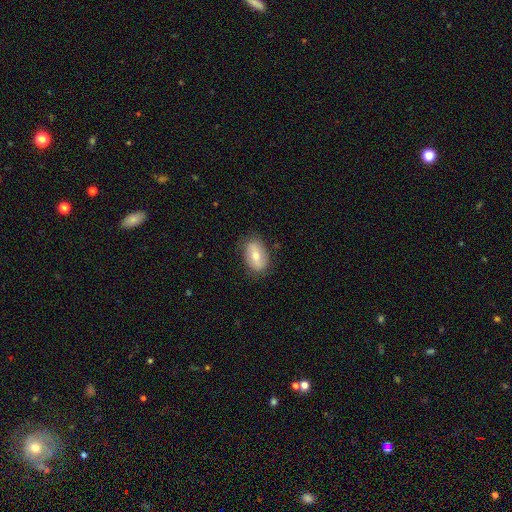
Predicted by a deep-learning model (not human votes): A smooth galaxy with no disk features (56%) that is in between round and cigar-shaped (88%). Merging: none (80%).